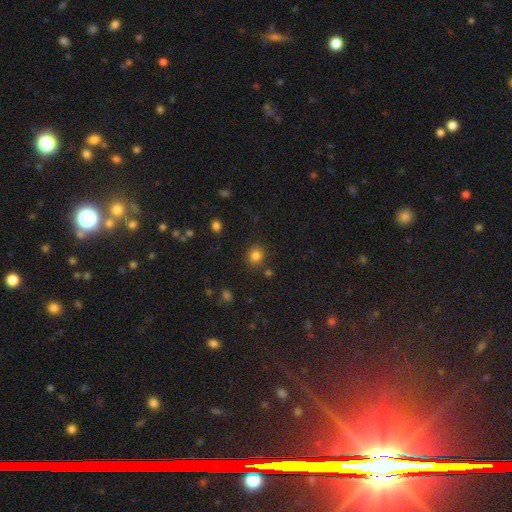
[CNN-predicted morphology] smooth 82%, star or artifact 13%, featured or disk 5%. Down the decision tree: how rounded — round (84%); merging — none (83%).